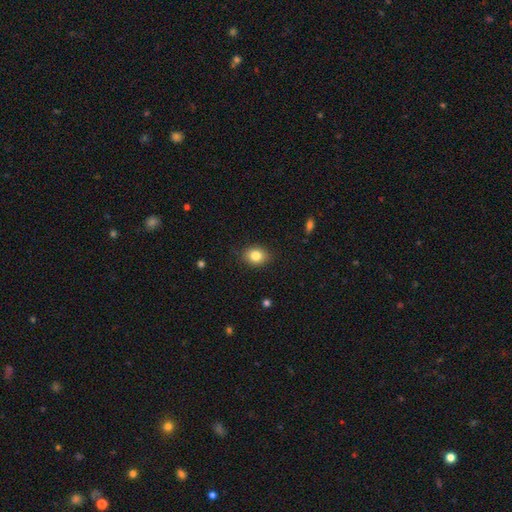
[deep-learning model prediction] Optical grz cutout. It shows a smooth galaxy with no disk features (83%) that is in between round and cigar-shaped (52%). Merging: none (87%).